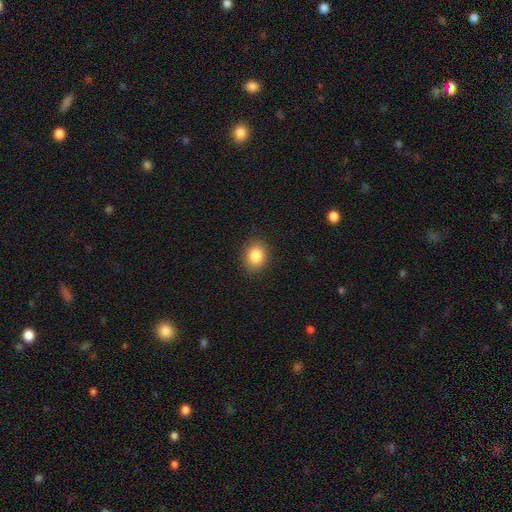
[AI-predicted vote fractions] Q: Smooth or featured?
A: smooth (85%); runner-up: star or artifact (9%)
Q: How rounded?
A: round (52%); runner-up: in between (47%)
Q: Merging?
A: none (89%); runner-up: minor disturbance (8%)